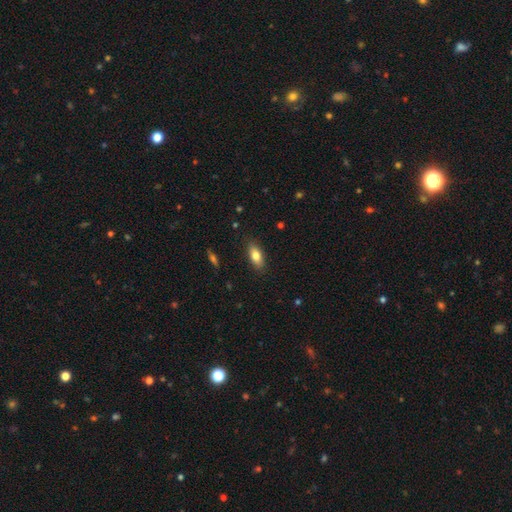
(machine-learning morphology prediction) A smooth galaxy with no disk features (80%) that is in between round and cigar-shaped (83%).

Vote fractions:
- Smooth or featured? smooth: 80% / featured or disk: 13% / star or artifact: 7%
- How rounded? in between: 83% / cigar-shaped: 13% / round: 3%
- Merging? none: 86% / minor disturbance: 10% / major disturbance: 2% / merger: 1%